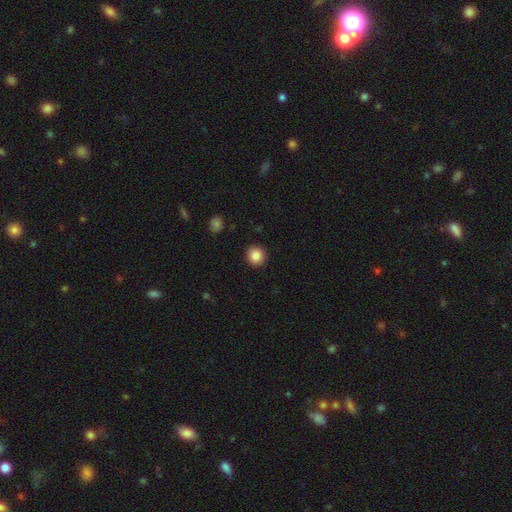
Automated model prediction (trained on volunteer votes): The model was most divided on "smooth or featured": smooth: 86%, star or artifact: 10%, featured or disk: 5%. More confident: merging — none (93%); how rounded — round (90%).